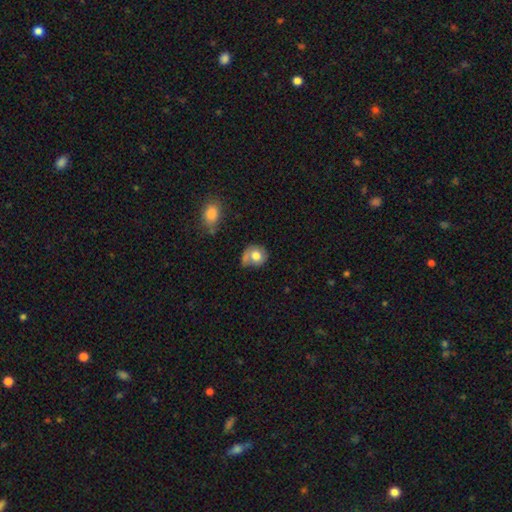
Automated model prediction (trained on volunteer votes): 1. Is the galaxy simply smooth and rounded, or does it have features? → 70% smooth, 22% featured or disk, 8% star or artifact.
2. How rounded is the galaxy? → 75% round, 24% in between, 1% cigar-shaped.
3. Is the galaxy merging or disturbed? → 45% none, 28% minor disturbance, 14% major disturbance, 13% merger.